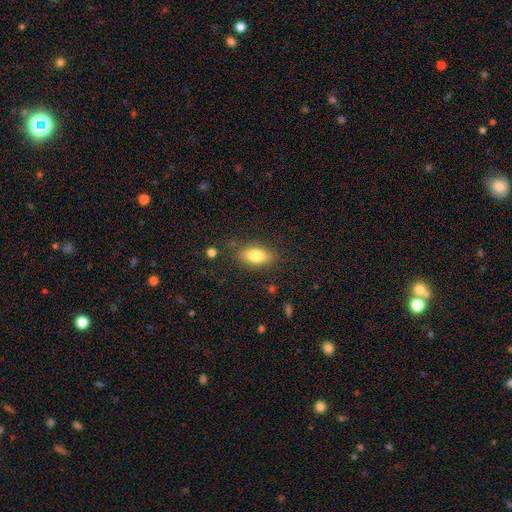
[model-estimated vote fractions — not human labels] The model was most divided on "smooth or featured": smooth: 80%, featured or disk: 13%, star or artifact: 8%. More confident: how rounded — in between (85%); merging — none (81%).